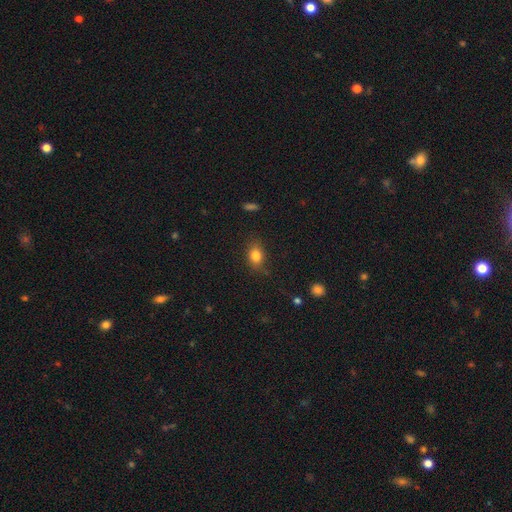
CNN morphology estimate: A smooth galaxy with no disk features (81%) that is in between round and cigar-shaped (63%).

Vote fractions:
- Smooth or featured? smooth: 81% / star or artifact: 11% / featured or disk: 8%
- How rounded? in between: 63% / round: 35% / cigar-shaped: 2%
- Merging? none: 77% / minor disturbance: 17% / major disturbance: 4% / merger: 1%